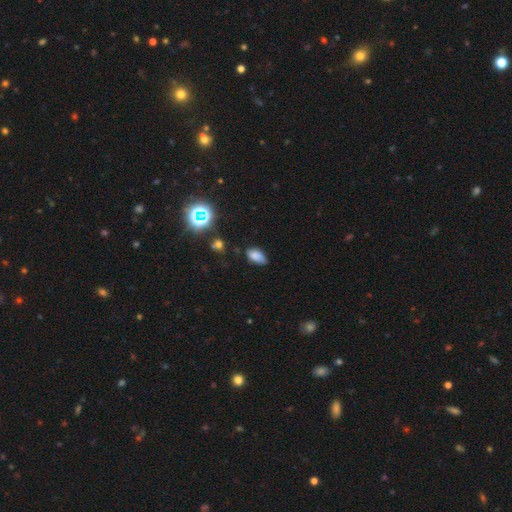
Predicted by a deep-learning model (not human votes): Q: Smooth or featured?
A: smooth (77%); runner-up: star or artifact (15%)
Q: How rounded?
A: in between (92%); runner-up: round (6%)
Q: Merging?
A: none (66%); runner-up: minor disturbance (27%)